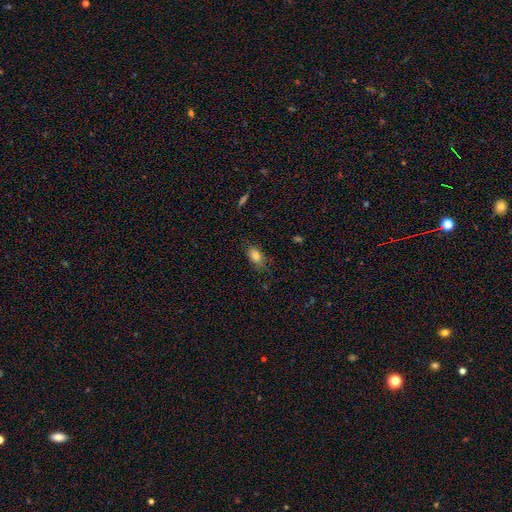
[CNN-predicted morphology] Smooth or featured: smooth — 83% (star or artifact — 10%)
How rounded: in between — 87% (round — 9%)
Merging: none — 77% (minor disturbance — 18%)